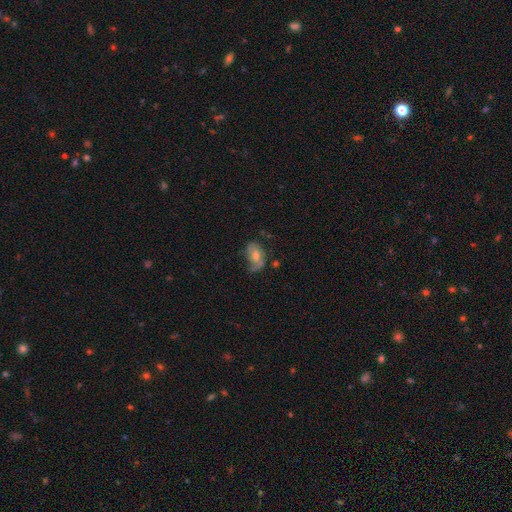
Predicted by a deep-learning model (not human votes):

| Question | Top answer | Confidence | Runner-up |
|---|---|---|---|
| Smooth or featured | featured or disk | 48% | smooth (43%) |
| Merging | none | 43% | minor disturbance (31%) |